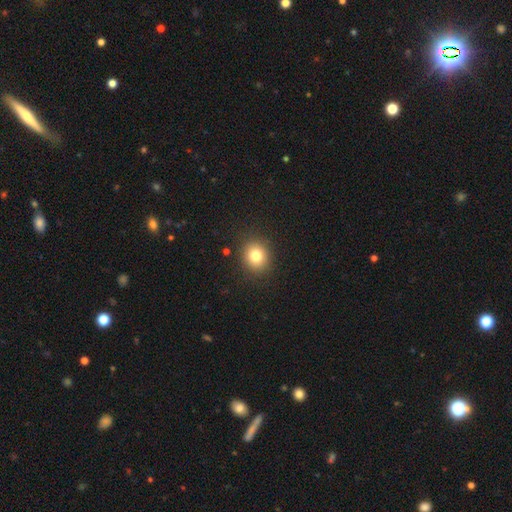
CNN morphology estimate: smooth 80%, star or artifact 12%, featured or disk 8%. Down the decision tree: how rounded — round (77%); merging — none (89%).